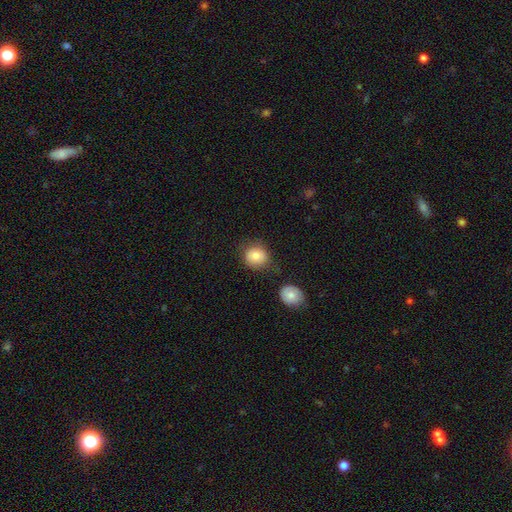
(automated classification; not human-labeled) This is clearly a smooth galaxy (81%). How rounded: clearly round (82%). Merging: likely none (74%).